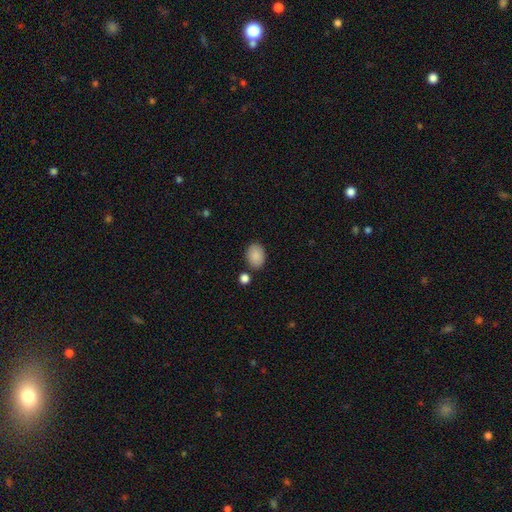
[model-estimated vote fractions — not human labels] Smooth or featured? Predicted: smooth (p=0.88). How rounded? Predicted: in between (p=0.77). Merging? Predicted: none (p=0.81).